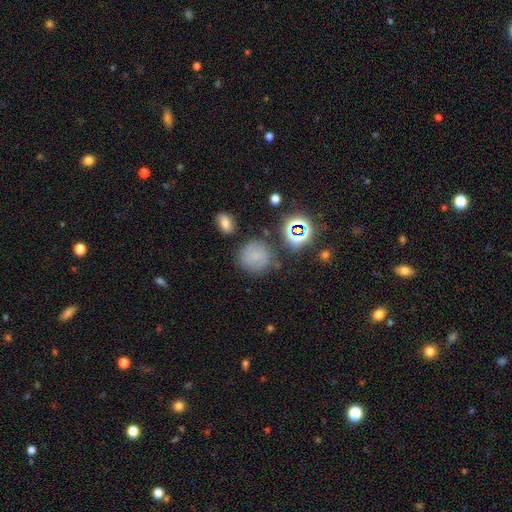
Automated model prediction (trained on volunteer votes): Smooth or featured: smooth — 62% (star or artifact — 21%)
How rounded: round — 89% (in between — 10%)
Merging: none — 75% (minor disturbance — 15%)